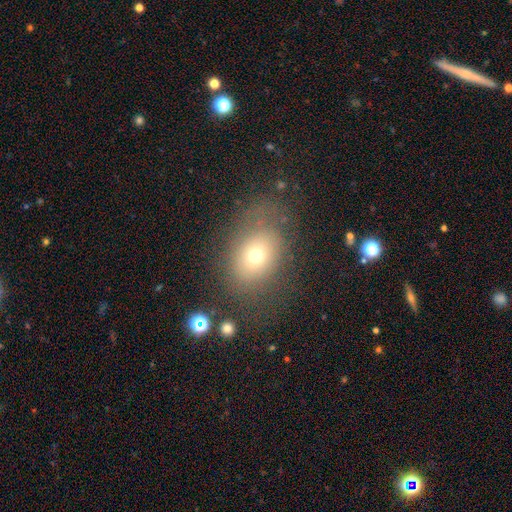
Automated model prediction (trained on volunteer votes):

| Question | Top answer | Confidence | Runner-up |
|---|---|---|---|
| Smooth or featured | smooth | 66% | featured or disk (19%) |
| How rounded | in between | 63% | round (36%) |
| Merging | none | 65% | minor disturbance (19%) |